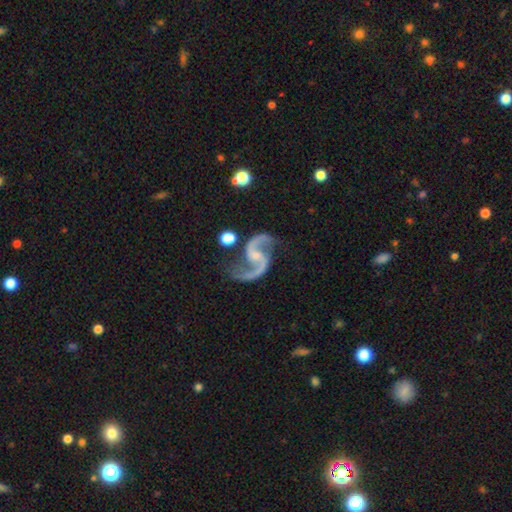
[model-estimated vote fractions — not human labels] smooth_or_featured: featured or disk (p=0.94) [alt: star or artifact p=0.04]
disk_edge_on: no (p=0.98) [alt: yes p=0.02]
bar: no (p=0.47) [alt: weak p=0.40]
has_spiral_arms: yes (p=0.98) [alt: no p=0.02]
spiral_winding: loose (p=0.55) [alt: medium p=0.39]
spiral_arm_count: 2 (p=0.95) [alt: 1 p=0.01]
bulge_size: small (p=0.60) [alt: moderate p=0.22]
merging: none (p=0.72) [alt: minor disturbance p=0.16]